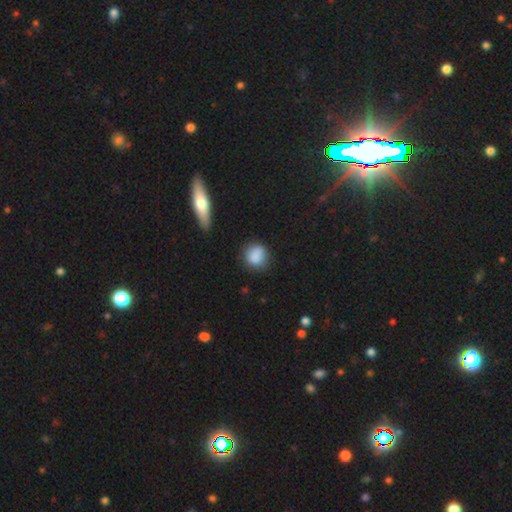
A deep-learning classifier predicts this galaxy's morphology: A smooth galaxy with no disk features (86%) that is round (78%).

Vote fractions:
- Smooth or featured? smooth: 86% / star or artifact: 8% / featured or disk: 6%
- How rounded? round: 78% / in between: 20% / cigar-shaped: 2%
- Merging? none: 75% / minor disturbance: 18% / major disturbance: 4% / merger: 2%